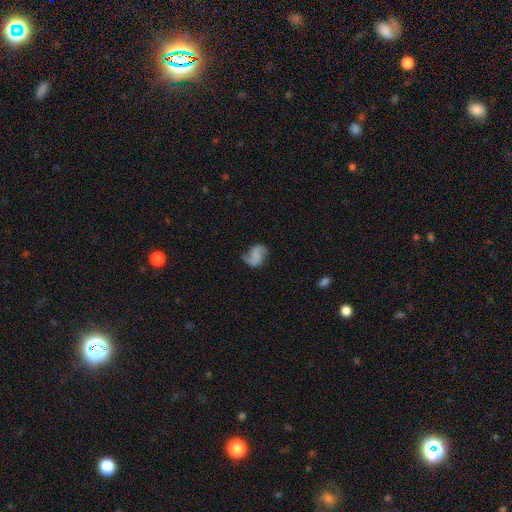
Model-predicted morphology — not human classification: Smooth or featured?
  - featured or disk: 62% *
  - smooth: 29%
  - star or artifact: 9%
Edge-on disk?
  - no: 98% *
  - yes: 2%
Bar?
  - no: 52% *
  - weak: 35%
  - strong: 13%
Spiral arms?
  - yes: 92% *
  - no: 8%
Spiral winding?
  - loose: 57% *
  - medium: 32%
  - tight: 10%
Spiral arm count?
  - 2: 88% *
  - 1: 5%
  - can't tell: 4%
  - 3: 1%
  - 4: 1%
  - more than 4: 1%
Bulge size?
  - none: 67% *
  - small: 17%
  - moderate: 9%
  - large: 5%
  - dominant: 2%
Merging?
  - none: 67% *
  - minor disturbance: 21%
  - major disturbance: 10%
  - merger: 2%